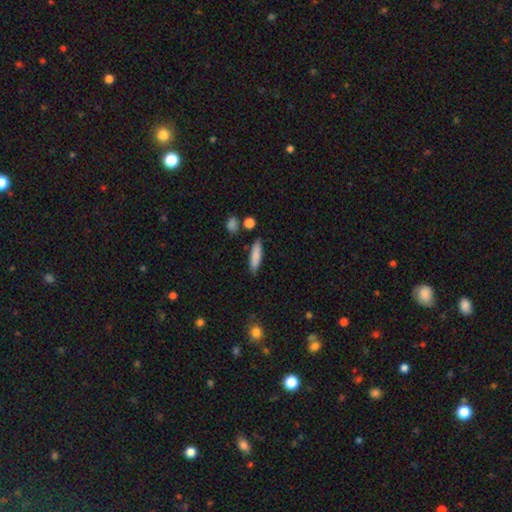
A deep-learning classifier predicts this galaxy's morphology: Q: Smooth or featured?
A: smooth (84%); runner-up: featured or disk (9%)
Q: How rounded?
A: cigar-shaped (70%); runner-up: in between (28%)
Q: Merging?
A: none (85%); runner-up: minor disturbance (10%)